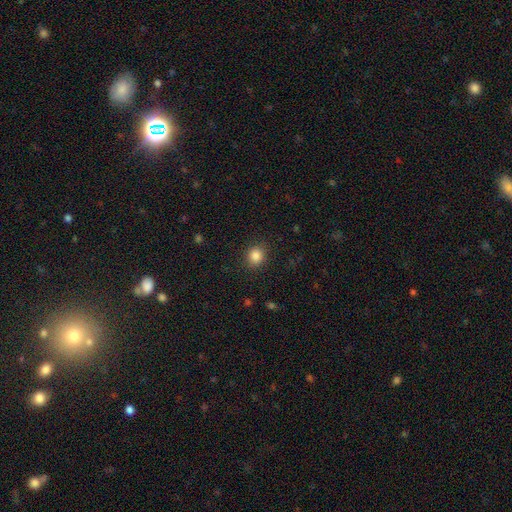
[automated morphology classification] A smooth galaxy with no disk features (85%) that is round (79%).

Vote fractions:
- Smooth or featured? smooth: 85% / star or artifact: 11% / featured or disk: 4%
- How rounded? round: 79% / in between: 20% / cigar-shaped: 1%
- Merging? none: 89% / minor disturbance: 7% / major disturbance: 3% / merger: 1%